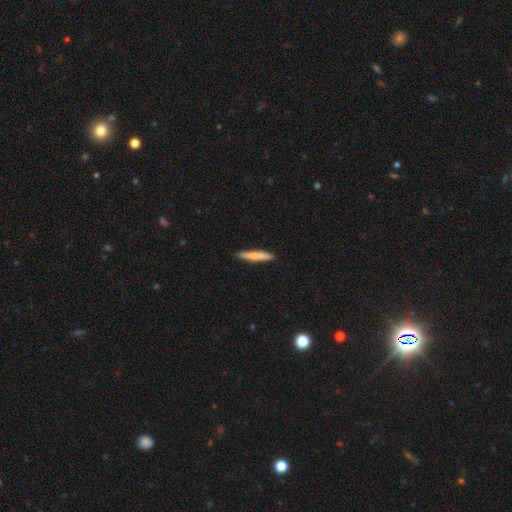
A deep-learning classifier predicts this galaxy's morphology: smooth_or_featured: smooth (p=0.75) [alt: featured or disk p=0.20]
how_rounded: cigar-shaped (p=0.93) [alt: in between p=0.06]
merging: none (p=0.91) [alt: minor disturbance p=0.06]